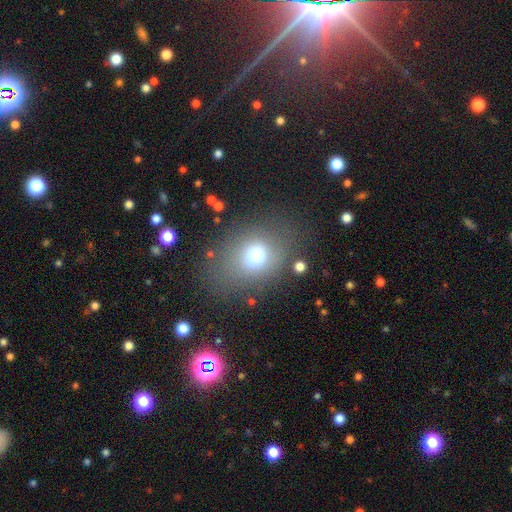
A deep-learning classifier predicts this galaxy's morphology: A smooth galaxy with no disk features (71%) that is in between round and cigar-shaped (50%). Merging: none (72%).